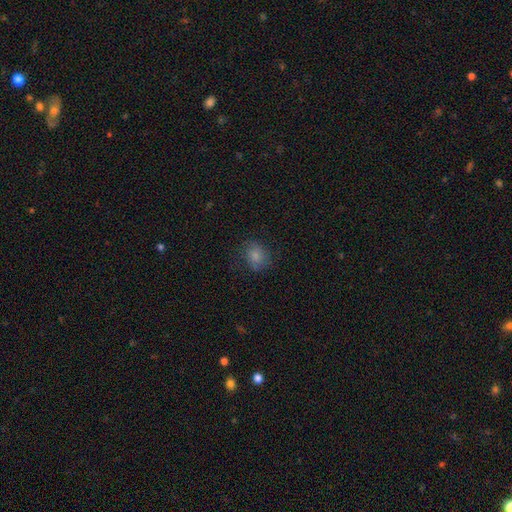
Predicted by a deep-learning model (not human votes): Smooth or featured? smooth (79%)
How rounded? round (65%)
Merging? none (73%)